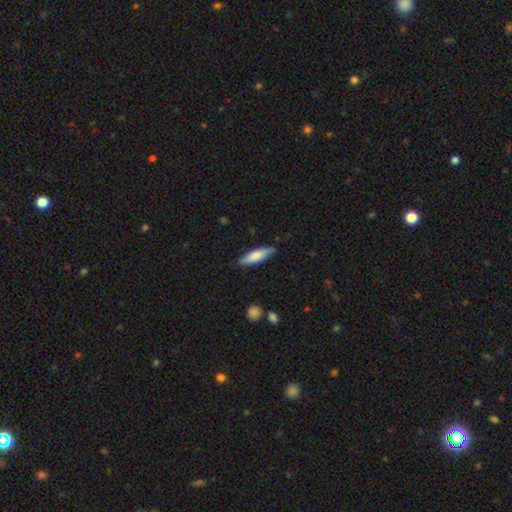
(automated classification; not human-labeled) smooth 75%, featured or disk 20%, star or artifact 6%. Down the decision tree: how rounded — cigar-shaped (65%); merging — none (82%).